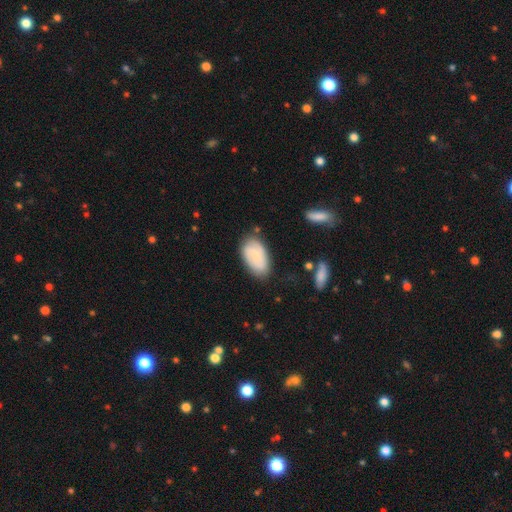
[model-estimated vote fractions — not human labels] smooth_or_featured: featured or disk (p=0.47) [alt: smooth p=0.46]
merging: none (p=0.73) [alt: minor disturbance p=0.19]